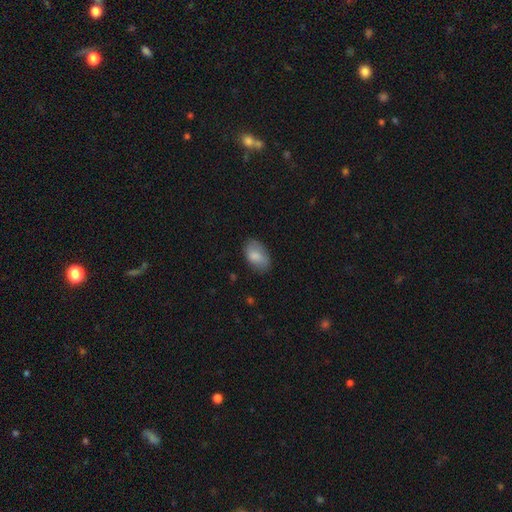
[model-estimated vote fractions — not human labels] Q: Smooth or featured?
A: smooth (82%); runner-up: featured or disk (12%)
Q: How rounded?
A: in between (92%); runner-up: round (6%)
Q: Merging?
A: none (75%); runner-up: minor disturbance (19%)